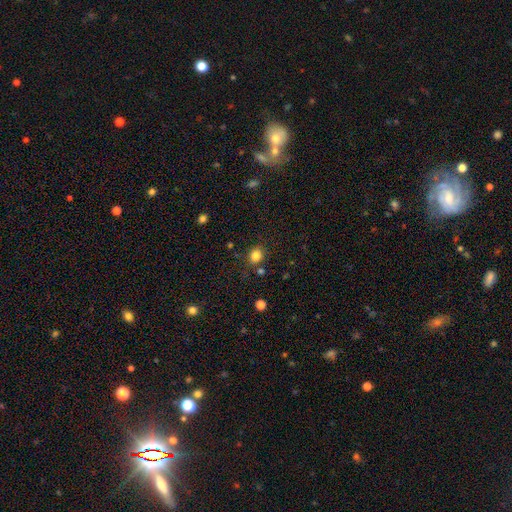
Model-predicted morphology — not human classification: Q: Smooth or featured?
A: smooth (82%); runner-up: star or artifact (12%)
Q: How rounded?
A: round (64%); runner-up: in between (35%)
Q: Merging?
A: none (80%); runner-up: minor disturbance (11%)